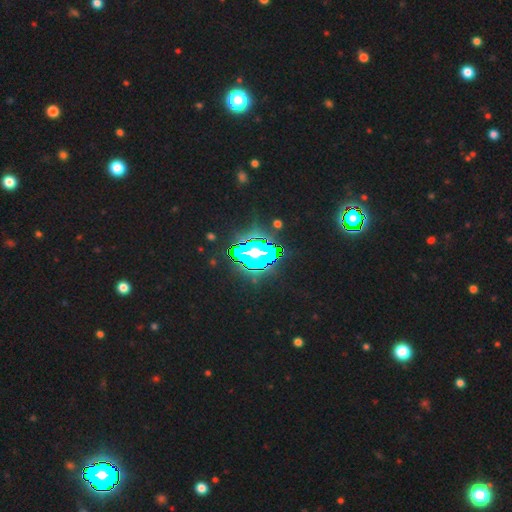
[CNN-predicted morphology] Smooth or featured?
  - star or artifact: 65% *
  - featured or disk: 18%
  - smooth: 17%